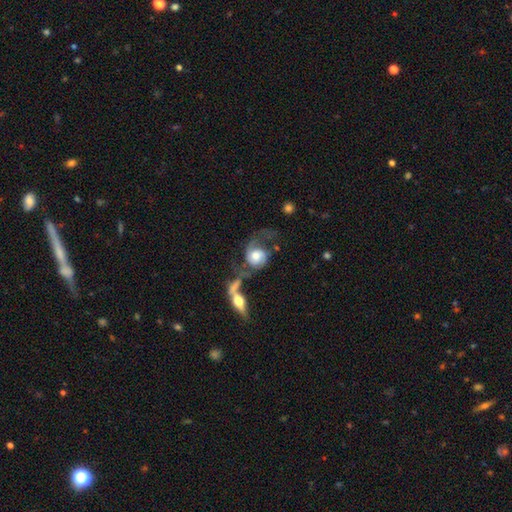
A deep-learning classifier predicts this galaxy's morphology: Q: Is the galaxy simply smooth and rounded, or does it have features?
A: featured or disk — 72%.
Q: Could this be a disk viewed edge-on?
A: no — 96%.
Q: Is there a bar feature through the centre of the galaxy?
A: no — 68%.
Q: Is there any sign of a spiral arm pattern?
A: yes — 90%.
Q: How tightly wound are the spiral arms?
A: loose — 48%.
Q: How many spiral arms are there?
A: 2 — 71%.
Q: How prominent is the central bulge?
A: moderate — 54%.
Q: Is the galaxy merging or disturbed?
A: merger — 40%.